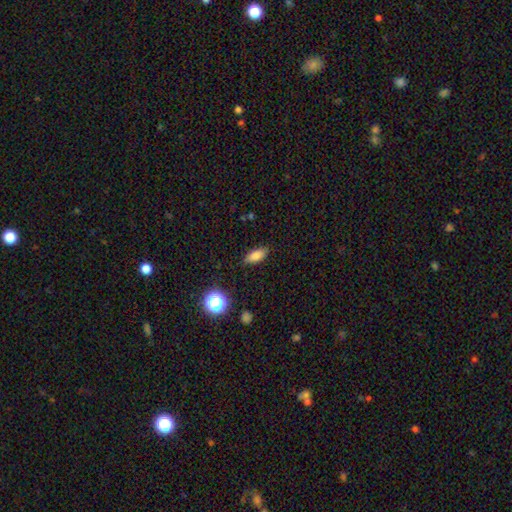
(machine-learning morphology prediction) Smooth or featured? Predicted: smooth (p=0.81). How rounded? Predicted: in between (p=0.82). Merging? Predicted: none (p=0.85).